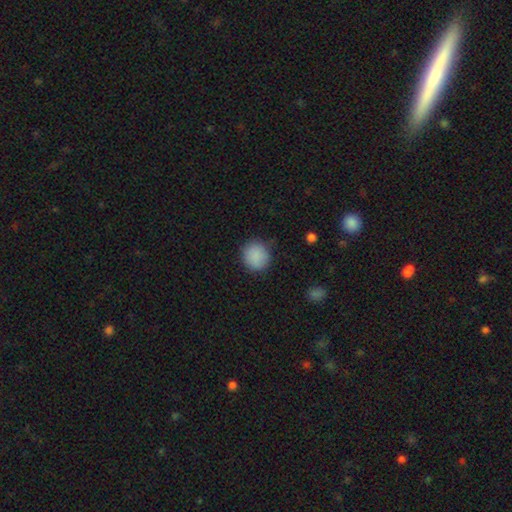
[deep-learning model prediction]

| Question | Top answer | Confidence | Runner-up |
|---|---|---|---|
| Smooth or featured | smooth | 88% | star or artifact (8%) |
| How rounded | round | 87% | in between (12%) |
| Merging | none | 85% | minor disturbance (11%) |